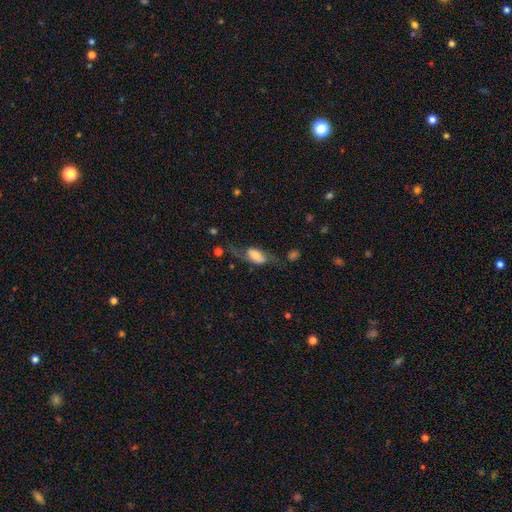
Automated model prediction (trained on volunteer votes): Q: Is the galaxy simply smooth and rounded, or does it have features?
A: smooth — 47%.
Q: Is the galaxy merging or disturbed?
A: none — 46%.